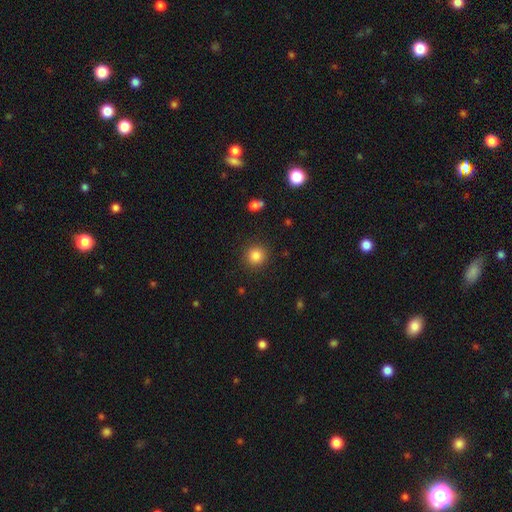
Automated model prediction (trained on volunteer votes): smooth-or-featured: smooth: 84% | star or artifact: 11% | featured or disk: 4%
  how-rounded: round: 93% | in between: 6% | cigar-shaped: 1%
  merging: none: 90% | minor disturbance: 6% | major disturbance: 3% | merger: 1%